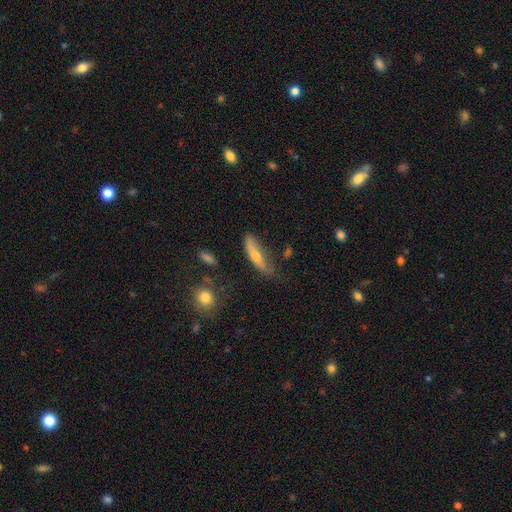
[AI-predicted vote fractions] Smooth or featured: smooth — 55% (featured or disk — 38%)
How rounded: cigar-shaped — 71% (in between — 26%)
Merging: none — 48% (minor disturbance — 32%)